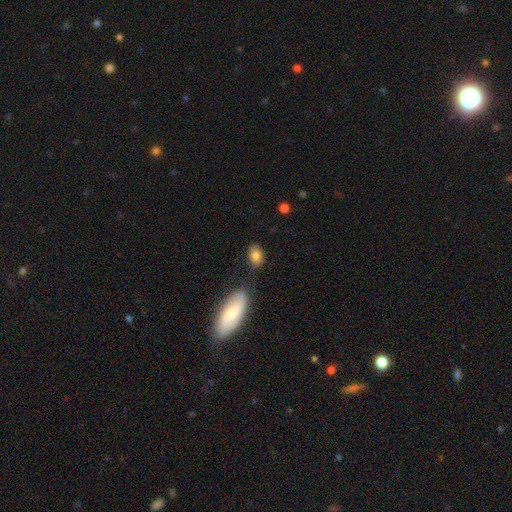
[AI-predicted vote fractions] Overall: smooth (81%). How rounded: in between (83%). Merging: none (73%).